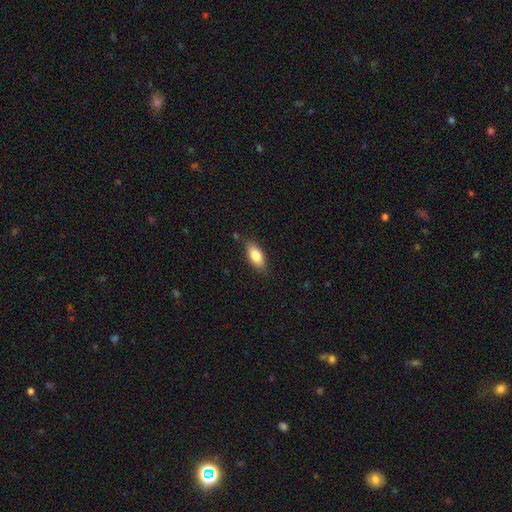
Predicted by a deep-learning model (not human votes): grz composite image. It shows a smooth galaxy with no disk features (81%) that is in between round and cigar-shaped (84%). Merging: none (83%).